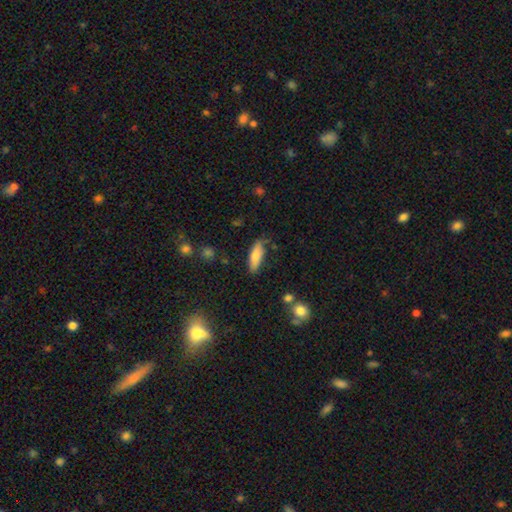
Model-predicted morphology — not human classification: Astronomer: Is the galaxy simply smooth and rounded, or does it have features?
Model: smooth — 79%.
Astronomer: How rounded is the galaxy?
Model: in between — 62%.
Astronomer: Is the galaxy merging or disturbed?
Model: none — 76%.